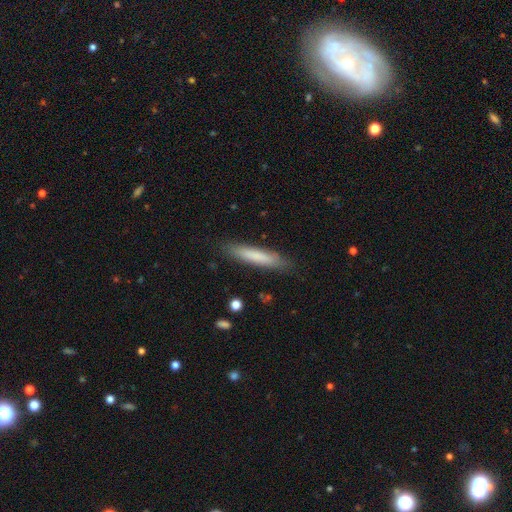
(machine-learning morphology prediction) The model was most divided on "smooth or featured": smooth: 76%, featured or disk: 18%, star or artifact: 6%. More confident: how rounded — cigar-shaped (90%); merging — none (86%).